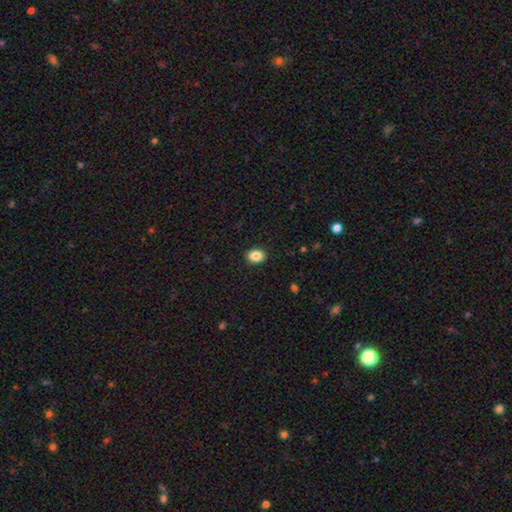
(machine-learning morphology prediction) Smooth or featured? Predicted: smooth (p=0.87). How rounded? Predicted: in between (p=0.64). Merging? Predicted: none (p=0.91).